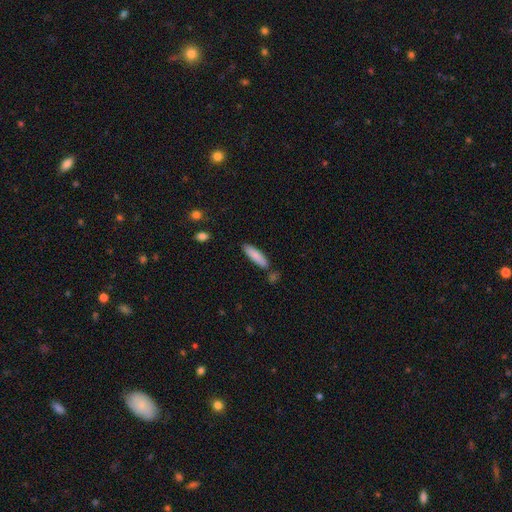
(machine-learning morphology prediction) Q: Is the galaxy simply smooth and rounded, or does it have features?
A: smooth — 85%.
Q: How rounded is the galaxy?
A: cigar-shaped — 67%.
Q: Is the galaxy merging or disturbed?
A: none — 80%.